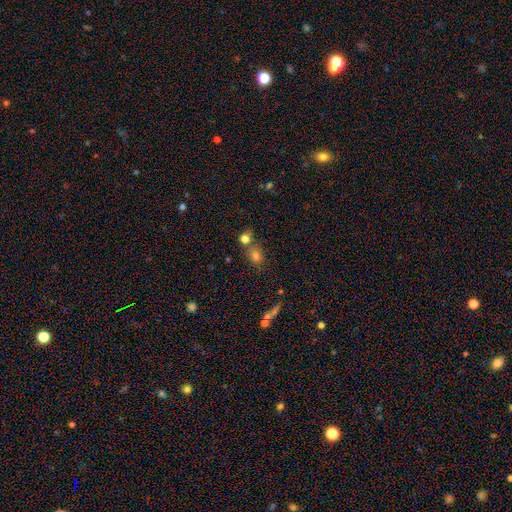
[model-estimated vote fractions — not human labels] Smooth or featured? smooth (73%)
How rounded? round (67%)
Merging? none (56%)